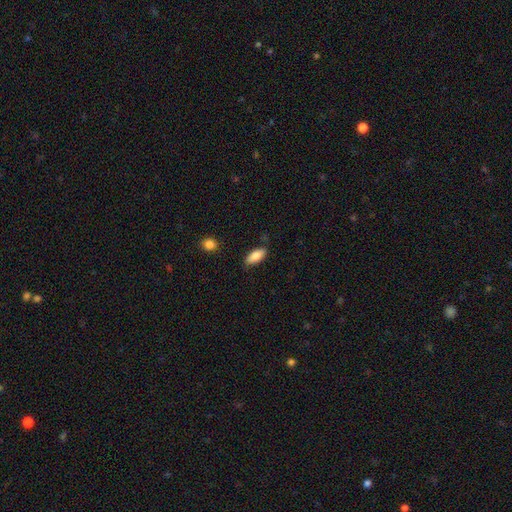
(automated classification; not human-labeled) Smooth or featured: smooth — 82% (featured or disk — 12%)
How rounded: in between — 86% (cigar-shaped — 11%)
Merging: none — 82% (minor disturbance — 13%)